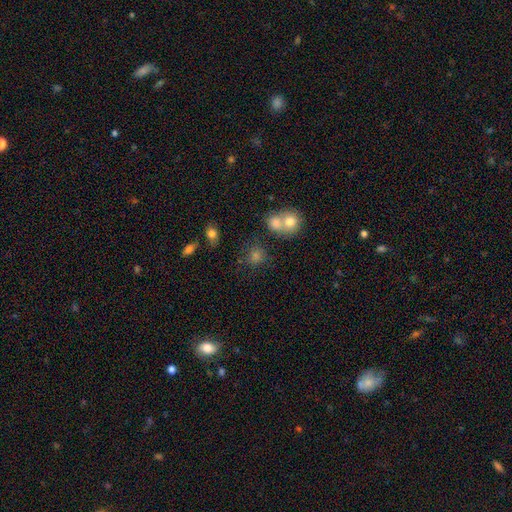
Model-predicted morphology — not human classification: Smooth or featured? smooth (66%)
How rounded? round (78%)
Merging? none (56%)